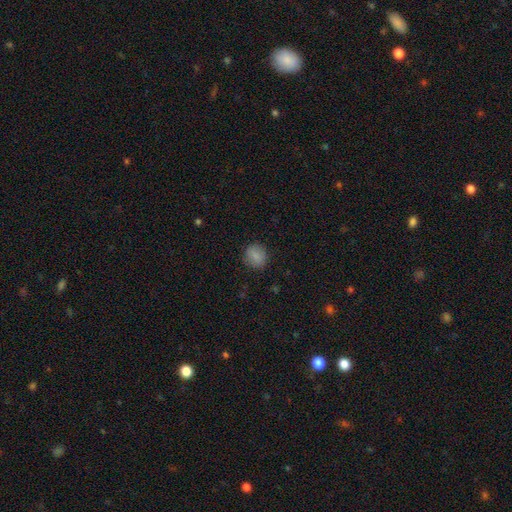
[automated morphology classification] The model was most divided on "how rounded": round: 82%, in between: 17%, cigar-shaped: 1%. More confident: merging — none (87%); smooth or featured — smooth (84%).